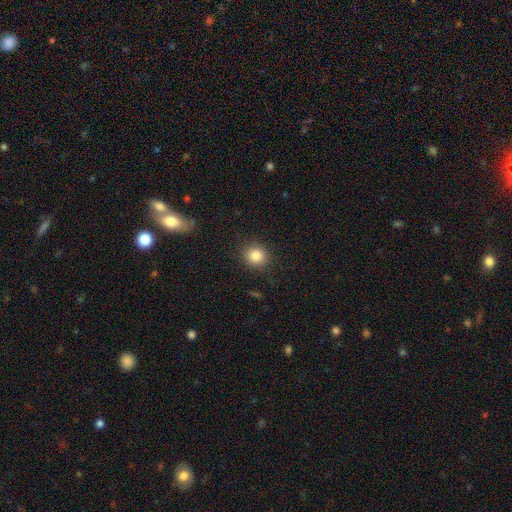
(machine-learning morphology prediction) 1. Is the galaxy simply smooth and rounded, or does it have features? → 84% smooth, 11% star or artifact, 6% featured or disk.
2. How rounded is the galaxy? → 86% round, 13% in between, 1% cigar-shaped.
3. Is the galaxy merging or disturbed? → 89% none, 7% minor disturbance, 2% major disturbance, 1% merger.